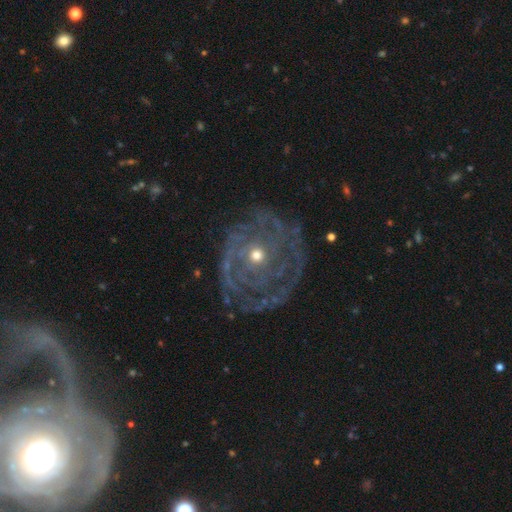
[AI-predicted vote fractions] Q: Smooth or featured?
A: featured or disk (85%); runner-up: smooth (8%)
Q: Edge-on disk?
A: no (97%); runner-up: yes (3%)
Q: Bar?
A: no (80%); runner-up: weak (15%)
Q: Spiral arms?
A: yes (84%); runner-up: no (16%)
Q: Spiral winding?
A: tight (74%); runner-up: medium (19%)
Q: Spiral arm count?
A: can't tell (41%); runner-up: 3 (16%)
Q: Bulge size?
A: small (50%); runner-up: moderate (47%)
Q: Merging?
A: none (70%); runner-up: minor disturbance (17%)